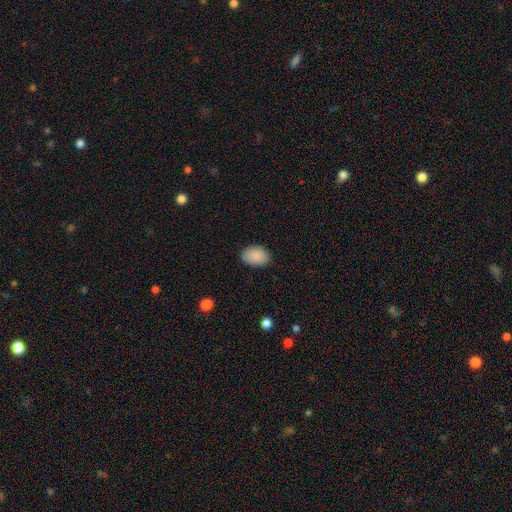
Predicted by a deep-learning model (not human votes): The model was most divided on "how rounded": in between: 83%, round: 16%, cigar-shaped: 1%. More confident: smooth or featured — smooth (89%); merging — none (85%).